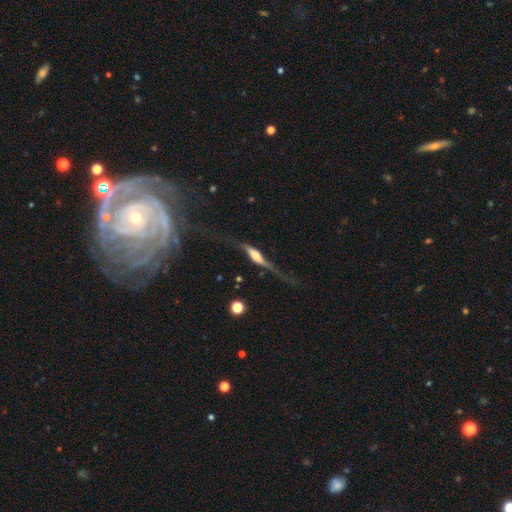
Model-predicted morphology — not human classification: This appears to be a featured or disk galaxy (72%) viewed edge-on (74%) with a rounded central bulge (53%). Merging: none (38%).